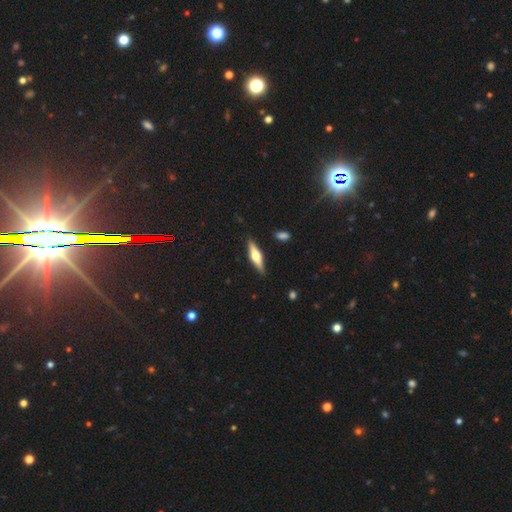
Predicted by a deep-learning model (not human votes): This appears to be a featured or disk galaxy (56%) viewed edge-on (94%) with a rounded central bulge (93%). Merging: none (88%).